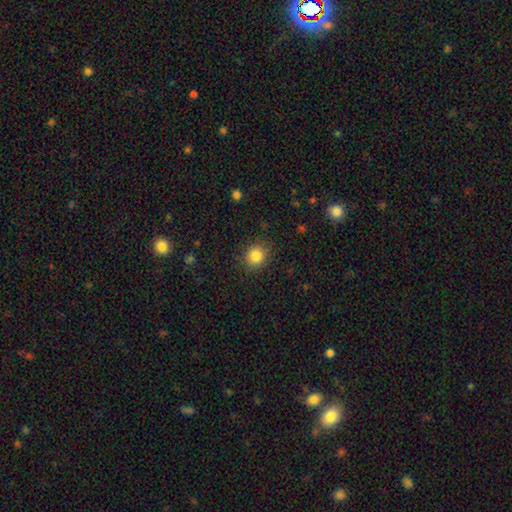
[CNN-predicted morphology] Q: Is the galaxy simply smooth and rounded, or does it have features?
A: smooth — 84%.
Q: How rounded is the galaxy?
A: round — 80%.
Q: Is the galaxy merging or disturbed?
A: none — 87%.